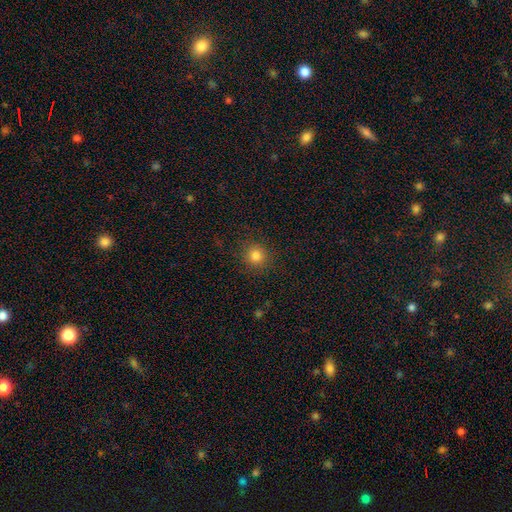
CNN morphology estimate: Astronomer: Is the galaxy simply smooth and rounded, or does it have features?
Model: smooth — 82%.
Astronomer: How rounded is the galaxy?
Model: round — 92%.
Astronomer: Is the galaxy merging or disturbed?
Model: none — 89%.